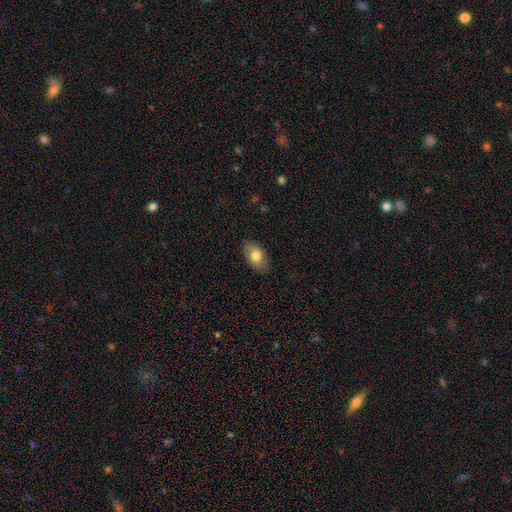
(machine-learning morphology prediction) Smooth or featured?
  - smooth: 78% *
  - featured or disk: 15%
  - star or artifact: 7%
How rounded?
  - in between: 93% *
  - round: 6%
  - cigar-shaped: 2%
Merging?
  - none: 85% *
  - minor disturbance: 11%
  - major disturbance: 2%
  - merger: 1%